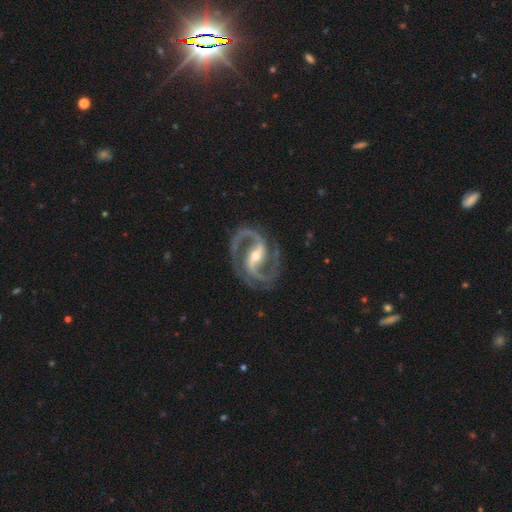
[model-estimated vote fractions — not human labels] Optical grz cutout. It shows a featured or disk galaxy (94%) with a strong bar (56%), 2 (91%) medium (66%) spiral arms (99%) and a moderate central bulge (52%). Merging: none (81%).